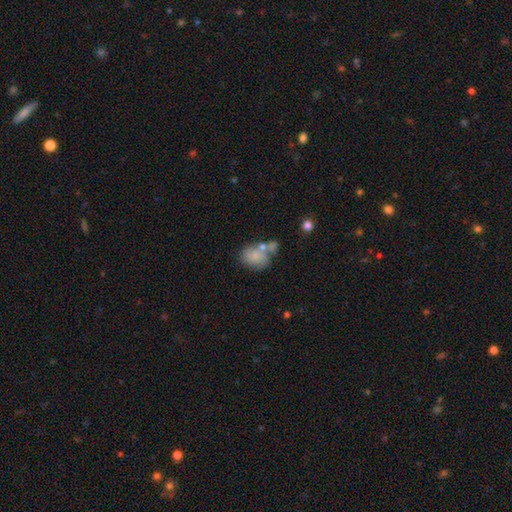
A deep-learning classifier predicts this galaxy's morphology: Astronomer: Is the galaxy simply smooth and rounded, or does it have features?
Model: smooth — 73%.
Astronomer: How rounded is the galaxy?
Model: in between — 62%.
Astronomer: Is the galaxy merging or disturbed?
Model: none — 37% (runner-up: merger, 33%).